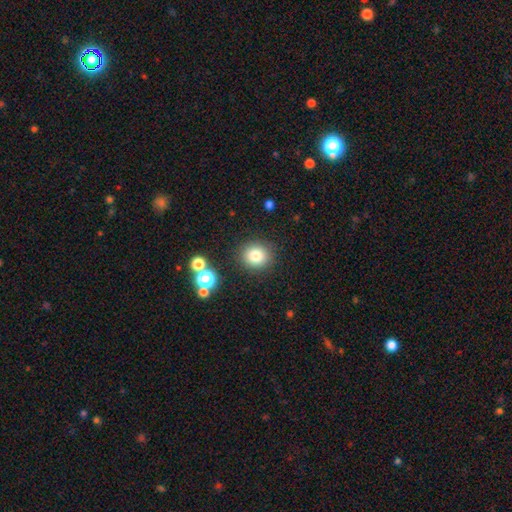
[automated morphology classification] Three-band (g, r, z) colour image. It shows a smooth galaxy with no disk features (80%) that is round (87%). Merging: none (87%).